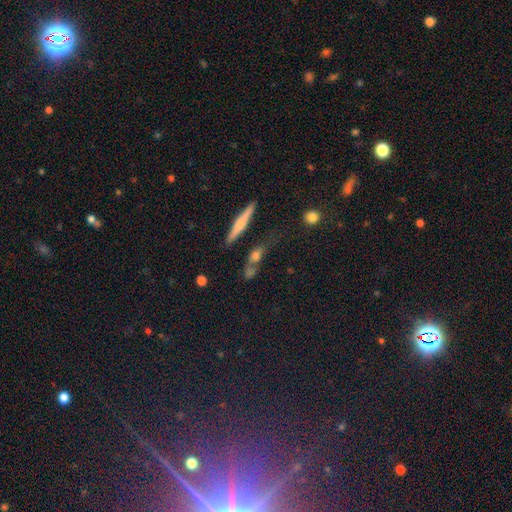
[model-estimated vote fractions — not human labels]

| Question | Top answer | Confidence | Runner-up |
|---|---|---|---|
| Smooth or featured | smooth | 55% | featured or disk (31%) |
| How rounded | cigar-shaped | 47% | in between (34%) |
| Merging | none | 52% | merger (23%) |